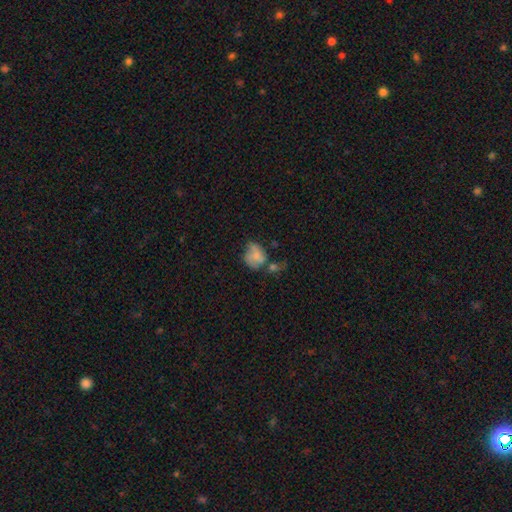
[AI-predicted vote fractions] A smooth galaxy with no disk features (63%) that is in between round and cigar-shaped (52%). Merging: merger (29%, tied with none).